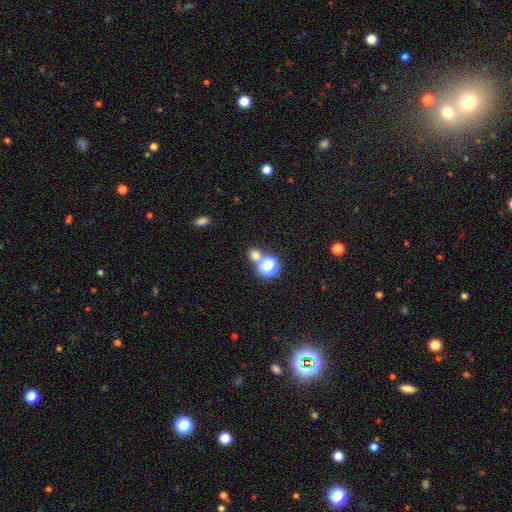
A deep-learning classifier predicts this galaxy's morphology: Smooth or featured? smooth (67%)
How rounded? round (79%)
Merging? none (65%)